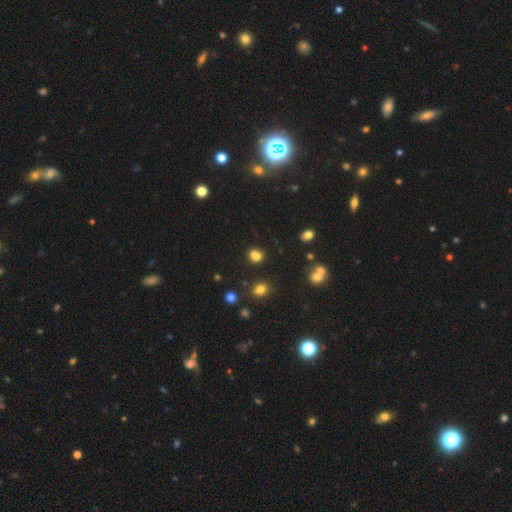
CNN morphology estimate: type=smooth (76%); roundness=round (61%); merging=none (67%).